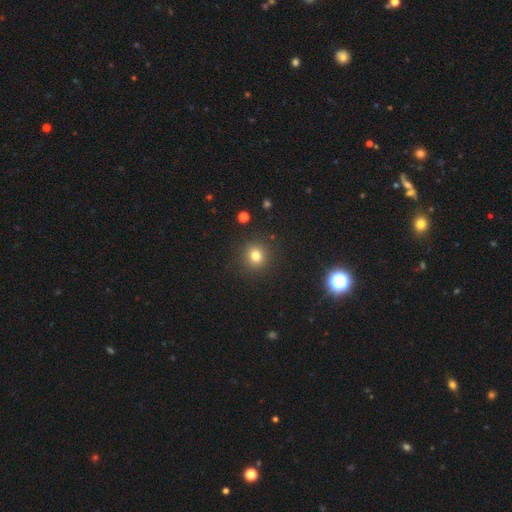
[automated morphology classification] Smooth or featured? Predicted: smooth (p=0.78). How rounded? Predicted: round (p=0.91). Merging? Predicted: none (p=0.90).